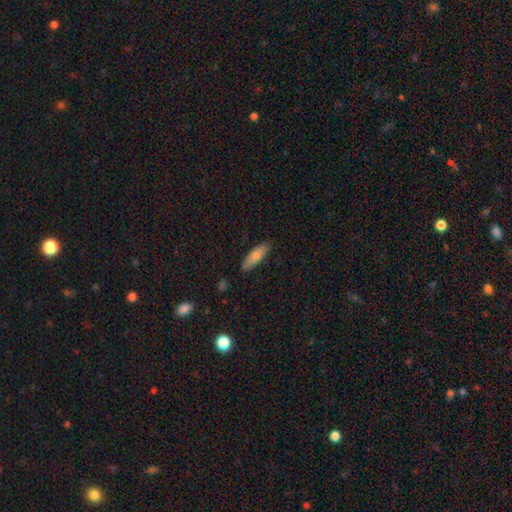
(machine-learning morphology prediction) Overall: smooth (76%). How rounded: in between (52%; cigar-shaped 46%). Merging: none (86%).